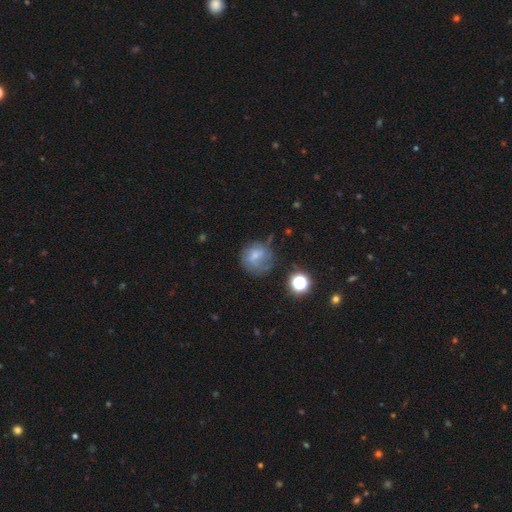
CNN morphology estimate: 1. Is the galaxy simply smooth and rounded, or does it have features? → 54% smooth, 31% featured or disk, 15% star or artifact.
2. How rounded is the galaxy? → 80% round, 19% in between, 1% cigar-shaped.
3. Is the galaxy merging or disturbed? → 51% none, 25% minor disturbance, 20% major disturbance, 4% merger.